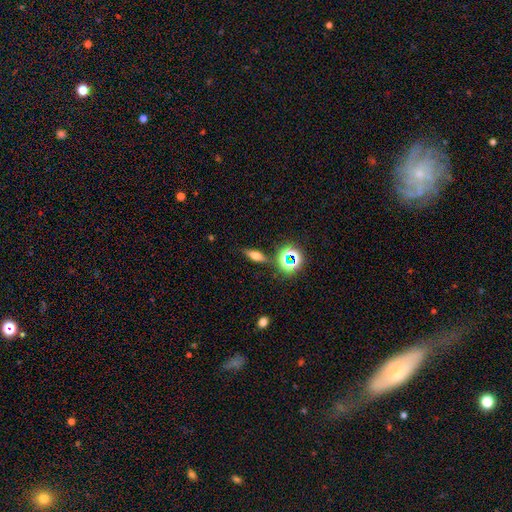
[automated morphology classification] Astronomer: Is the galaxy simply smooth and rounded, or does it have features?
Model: smooth — 47% (runner-up: featured or disk, 33%).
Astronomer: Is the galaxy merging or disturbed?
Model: none — 82%.